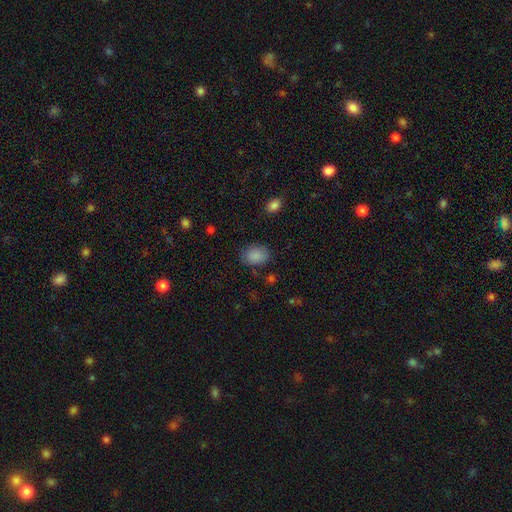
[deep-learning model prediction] This is clearly a smooth galaxy (87%). How rounded: likely in between (70%). Merging: likely none (78%).